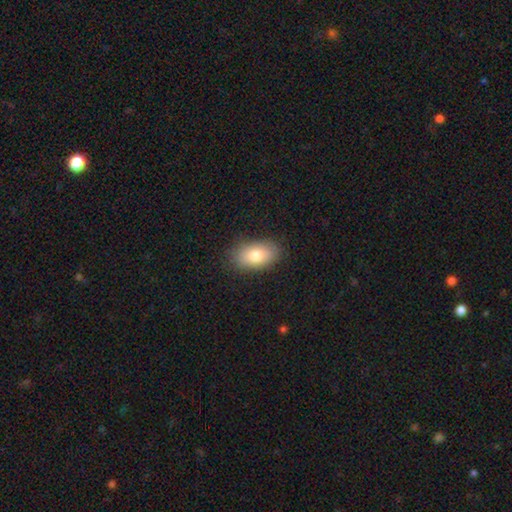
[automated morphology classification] Smooth or featured?
  - smooth: 80% *
  - featured or disk: 12%
  - star or artifact: 8%
How rounded?
  - in between: 91% *
  - round: 7%
  - cigar-shaped: 2%
Merging?
  - none: 85% *
  - minor disturbance: 11%
  - major disturbance: 3%
  - merger: 1%